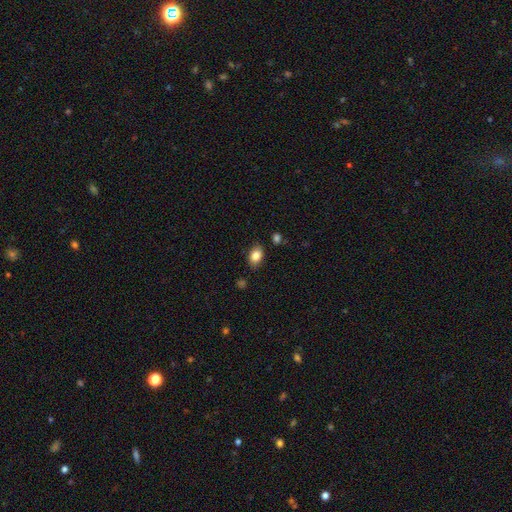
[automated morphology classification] Q: Smooth or featured?
A: smooth (85%); runner-up: star or artifact (9%)
Q: How rounded?
A: in between (82%); runner-up: round (17%)
Q: Merging?
A: none (82%); runner-up: minor disturbance (13%)